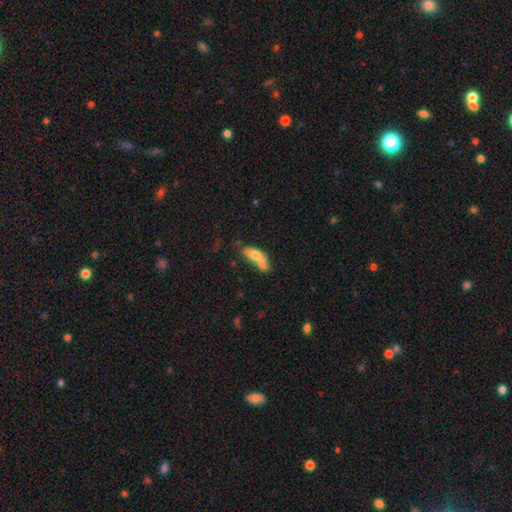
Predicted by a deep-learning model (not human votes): Smooth or featured: smooth — 67% (featured or disk — 24%)
How rounded: in between — 65% (cigar-shaped — 30%)
Merging: merger — 47% (none — 24%)